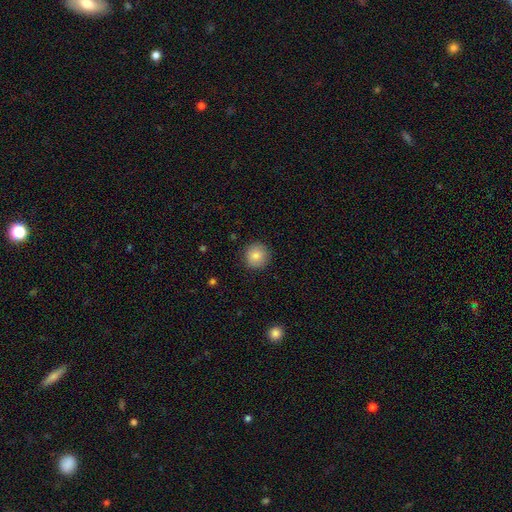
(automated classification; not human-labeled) smooth 85%, star or artifact 9%, featured or disk 6%. Down the decision tree: how rounded — round (94%); merging — none (90%).